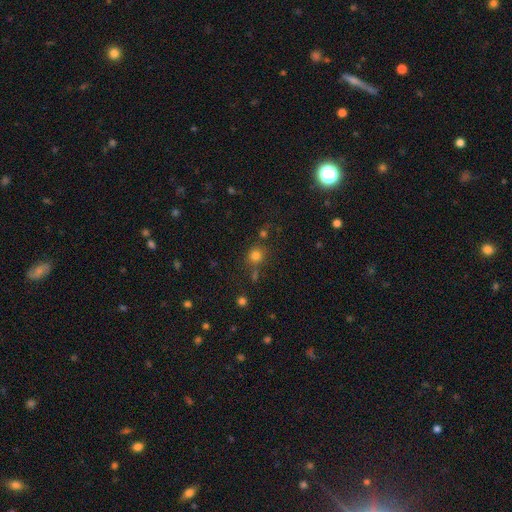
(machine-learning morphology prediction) This is likely a smooth galaxy (77%). How rounded: clearly round (85%). Merging: likely none (71%).